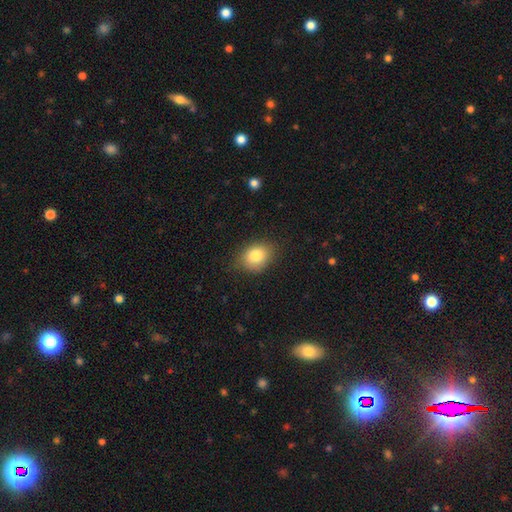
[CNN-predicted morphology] Q: Smooth or featured?
A: smooth (82%); runner-up: featured or disk (9%)
Q: How rounded?
A: in between (61%); runner-up: round (38%)
Q: Merging?
A: none (78%); runner-up: minor disturbance (17%)